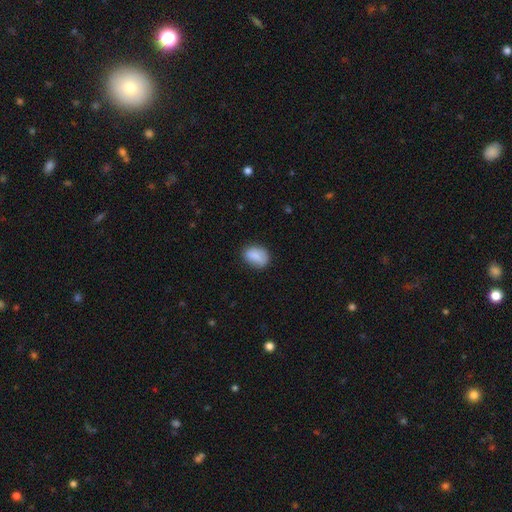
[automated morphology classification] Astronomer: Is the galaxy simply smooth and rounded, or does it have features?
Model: smooth — 86%.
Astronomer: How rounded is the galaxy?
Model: in between — 79%.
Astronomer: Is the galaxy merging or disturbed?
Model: none — 74%.